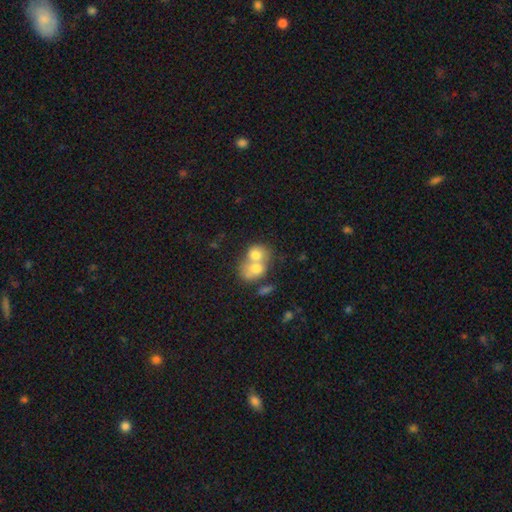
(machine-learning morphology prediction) The model was most divided on "how rounded": round: 54%, in between: 45%, cigar-shaped: 1%. More confident: merging — merger (75%); smooth or featured — smooth (68%).